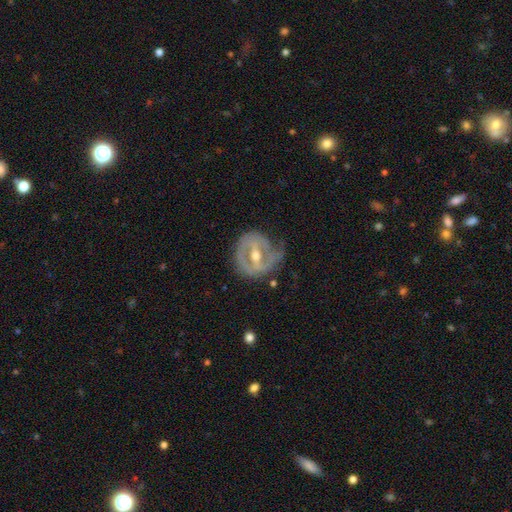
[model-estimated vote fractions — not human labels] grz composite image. It shows a featured or disk galaxy (79%) with a strong bar (48%), 2 (50%) tight (52%) spiral arms (67%) and a moderate central bulge (69%). Merging: none (59%).